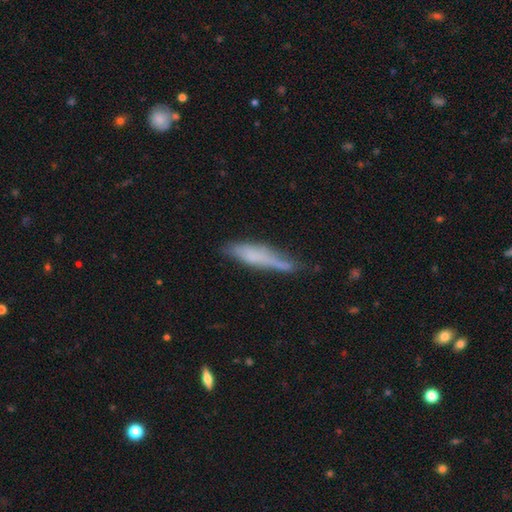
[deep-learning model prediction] smooth-or-featured: smooth: 58% | featured or disk: 34% | star or artifact: 9%
  how-rounded: cigar-shaped: 81% | in between: 17% | round: 2%
  merging: none: 51% | minor disturbance: 34% | major disturbance: 11% | merger: 4%